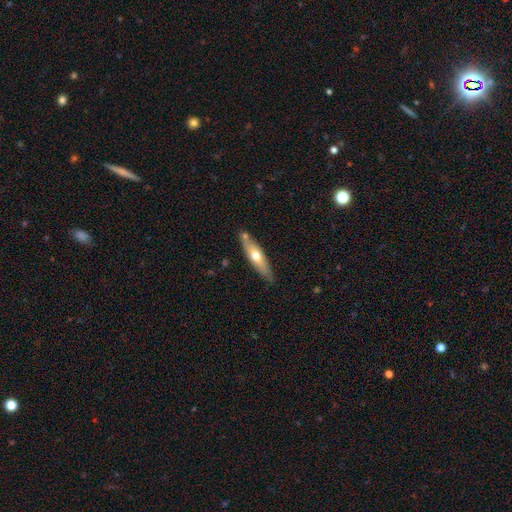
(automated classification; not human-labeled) This appears to be a smooth galaxy with no disk features (51%) that is cigar-shaped (70%). Merging: none (75%).